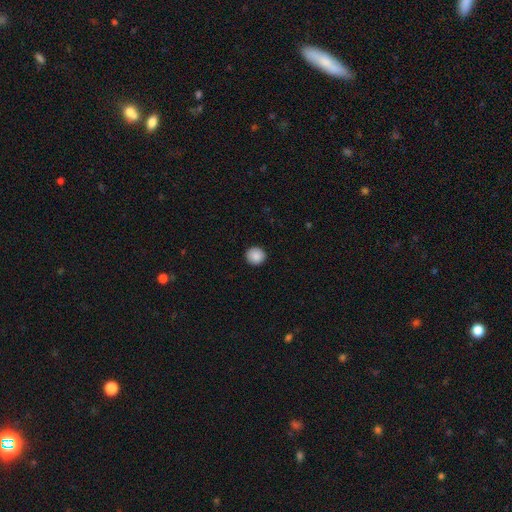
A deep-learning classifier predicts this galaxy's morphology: smooth_or_featured: smooth (p=0.88) [alt: star or artifact p=0.08]
how_rounded: round (p=0.93) [alt: in between p=0.06]
merging: none (p=0.91) [alt: minor disturbance p=0.06]